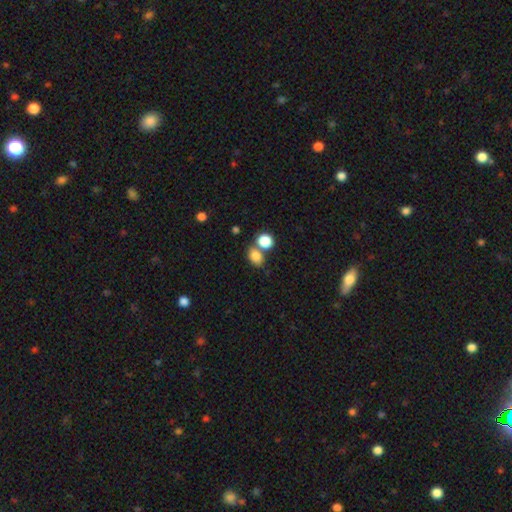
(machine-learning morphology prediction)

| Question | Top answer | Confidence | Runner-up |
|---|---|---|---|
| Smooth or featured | smooth | 82% | star or artifact (11%) |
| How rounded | in between | 63% | round (35%) |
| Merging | none | 53% | merger (32%) |